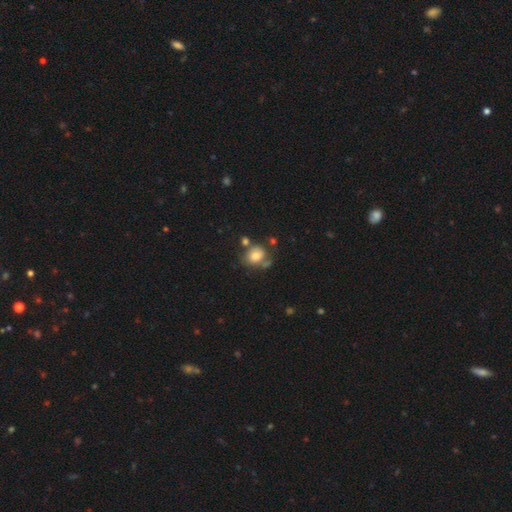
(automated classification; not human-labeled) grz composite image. It shows a smooth galaxy with no disk features (73%) that is round (58%). Merging: none (47%).